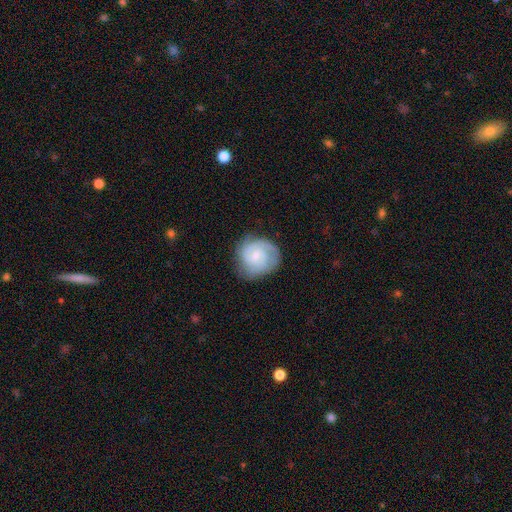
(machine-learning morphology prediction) Smooth or featured: featured or disk — 72% (smooth — 22%)
Edge-on disk: no — 98% (yes — 2%)
Bar: no — 61% (weak — 34%)
Spiral arms: yes — 94% (no — 6%)
Spiral winding: tight — 61% (medium — 32%)
Spiral arm count: 2 — 33% (3 — 28%)
Bulge size: small — 65% (moderate — 29%)
Merging: none — 73% (minor disturbance — 19%)